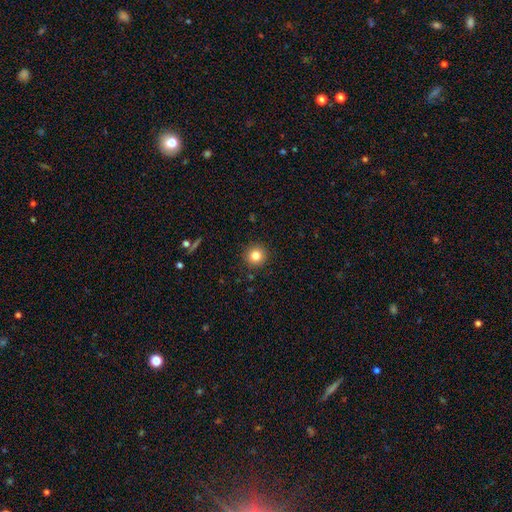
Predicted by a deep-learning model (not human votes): smooth-or-featured: smooth: 82% | star or artifact: 12% | featured or disk: 6%
  how-rounded: round: 94% | in between: 5% | cigar-shaped: 1%
  merging: none: 91% | minor disturbance: 6% | major disturbance: 2% | merger: 1%